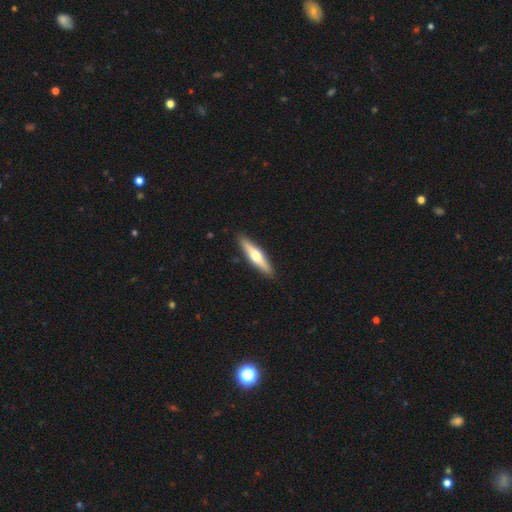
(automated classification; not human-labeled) Smooth or featured: featured or disk — 56% (smooth — 40%)
Edge-on disk: yes — 95% (no — 5%)
Edge-on bulge: rounded — 93% (none — 4%)
Merging: none — 91% (minor disturbance — 7%)